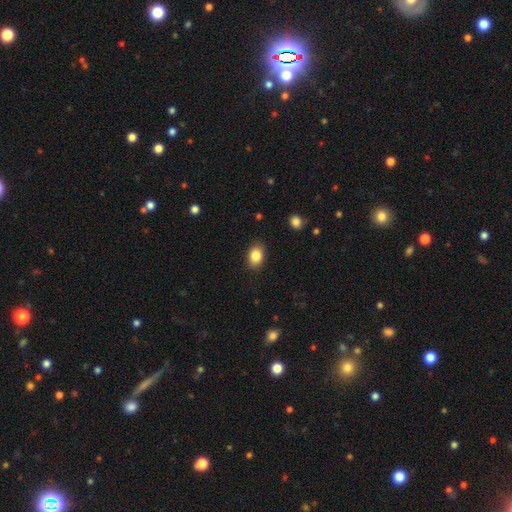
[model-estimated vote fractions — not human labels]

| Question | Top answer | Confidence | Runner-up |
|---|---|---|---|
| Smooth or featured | smooth | 86% | star or artifact (8%) |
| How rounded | in between | 75% | round (24%) |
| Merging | none | 87% | minor disturbance (10%) |